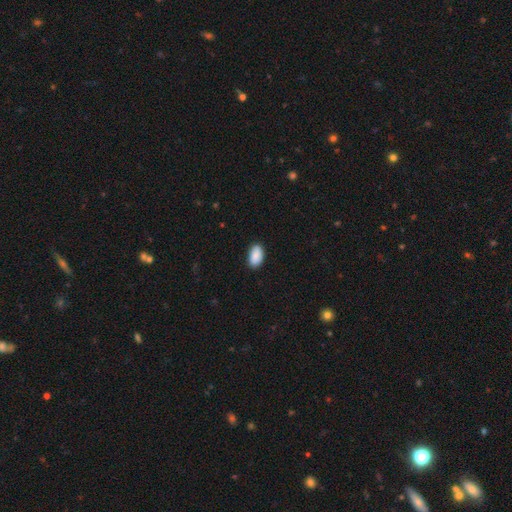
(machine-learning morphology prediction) type=smooth (90%); roundness=in between (95%); merging=none (87%).